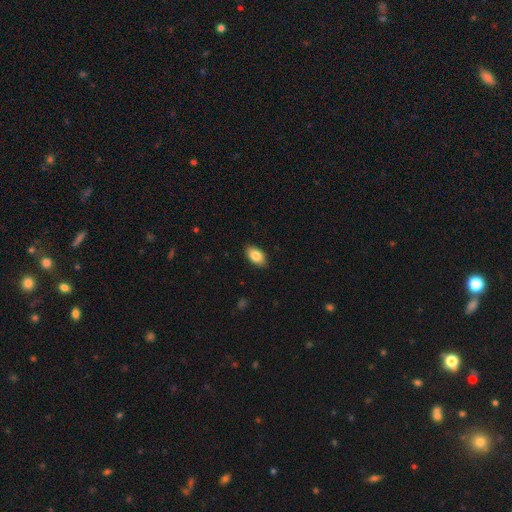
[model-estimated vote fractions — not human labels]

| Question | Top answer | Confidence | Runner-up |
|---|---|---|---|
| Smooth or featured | smooth | 86% | featured or disk (7%) |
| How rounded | in between | 93% | round (5%) |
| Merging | none | 89% | minor disturbance (9%) |